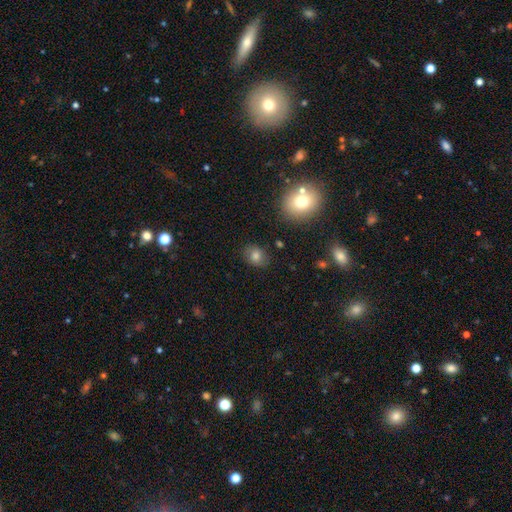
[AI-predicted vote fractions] Morphology: type=smooth (77%); roundness=in between (53%); merging=none (84%).